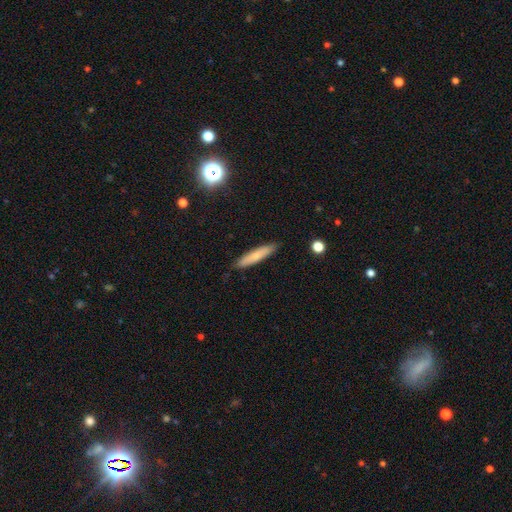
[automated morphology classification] Overall: smooth (73%). How rounded: cigar-shaped (87%). Merging: none (87%).